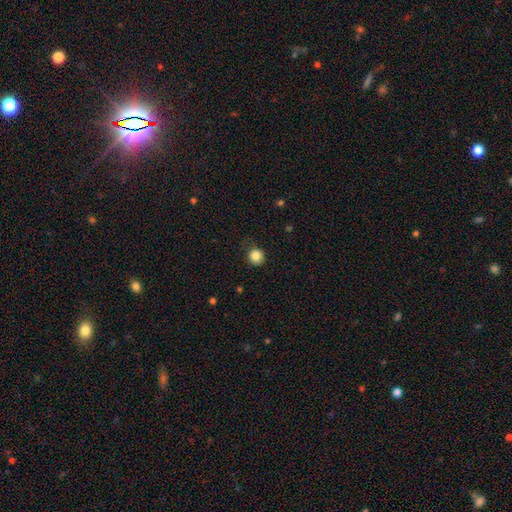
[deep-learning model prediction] Q: Smooth or featured?
A: smooth (85%); runner-up: star or artifact (11%)
Q: How rounded?
A: round (90%); runner-up: in between (9%)
Q: Merging?
A: none (79%); runner-up: minor disturbance (15%)